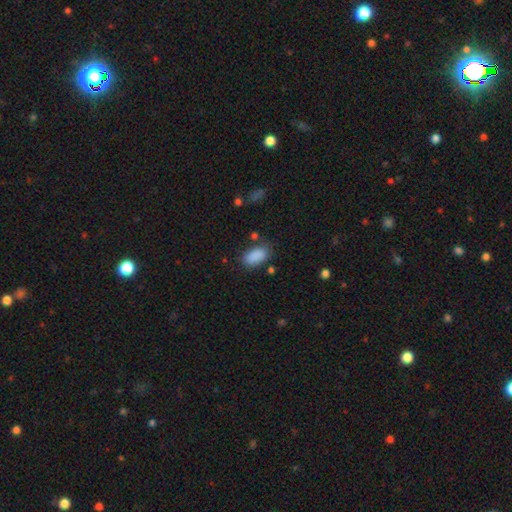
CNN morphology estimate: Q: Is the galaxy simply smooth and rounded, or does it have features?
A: smooth — 88%.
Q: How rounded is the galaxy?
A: in between — 93%.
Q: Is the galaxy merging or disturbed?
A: none — 75%.